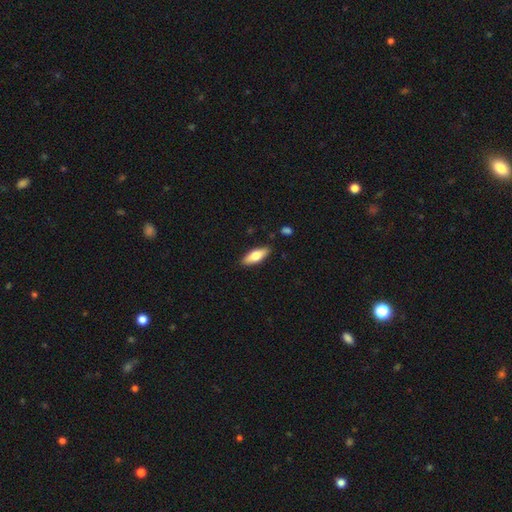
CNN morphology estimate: smooth_or_featured: smooth (p=0.66) [alt: featured or disk p=0.28]
how_rounded: in between (p=0.63) [alt: cigar-shaped p=0.35]
merging: none (p=0.88) [alt: minor disturbance p=0.09]